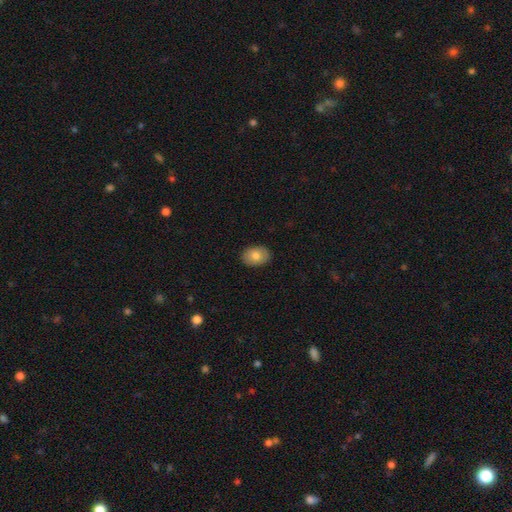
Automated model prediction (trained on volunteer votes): This appears to be a smooth galaxy with no disk features (79%) that is in between round and cigar-shaped (76%). Merging: none (89%).